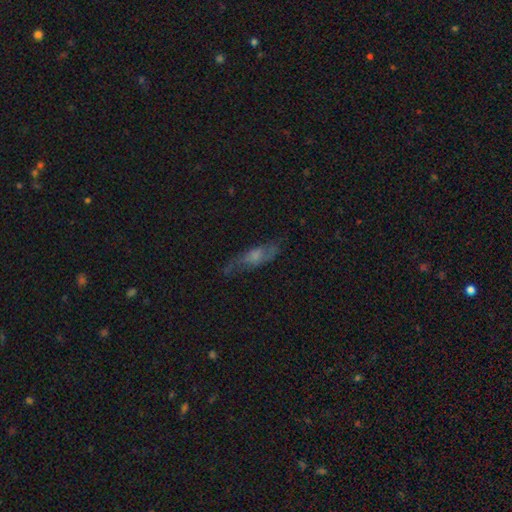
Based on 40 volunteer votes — Q: Smooth or featured?
A: featured or disk (50%); runner-up: smooth (48%)
Q: Edge-on disk?
A: yes (50%); tied with: no (50%)
Q: Edge-on bulge?
A: none (40%); tied with: rounded (40%)
Q: Merging?
A: none (46%); runner-up: minor disturbance (31%)